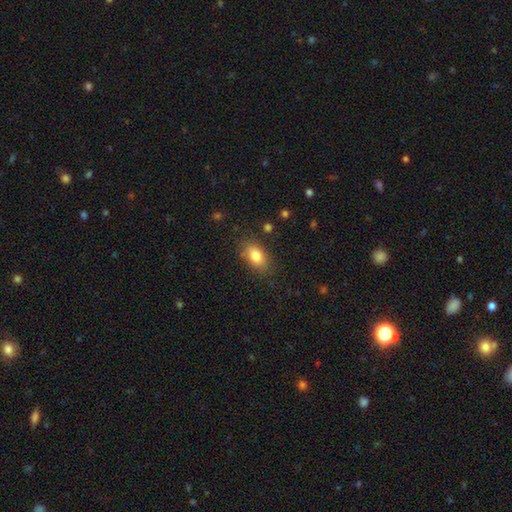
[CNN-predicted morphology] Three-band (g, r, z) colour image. It shows a smooth galaxy with no disk features (81%) that is in between round and cigar-shaped (87%). Merging: none (82%).